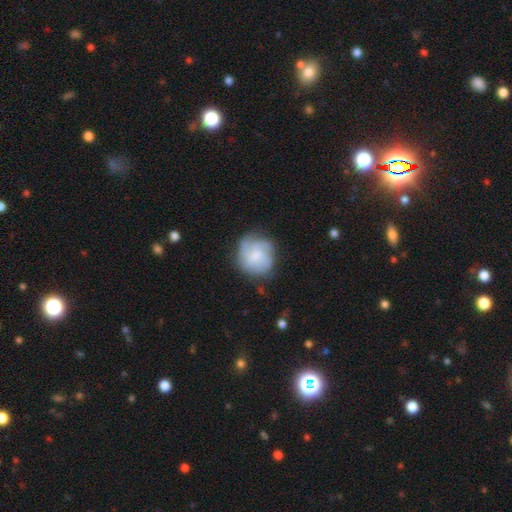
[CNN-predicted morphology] This appears to be a smooth galaxy with no disk features (50%) that is round (86%). Merging: none (65%).